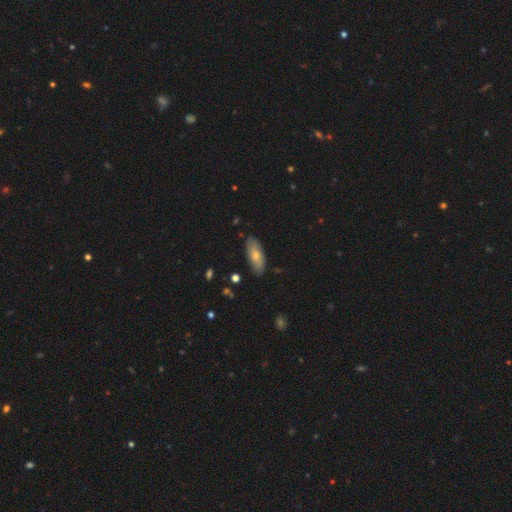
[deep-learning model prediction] Morphology: type=smooth (70%); roundness=in between (79%); merging=none (82%).